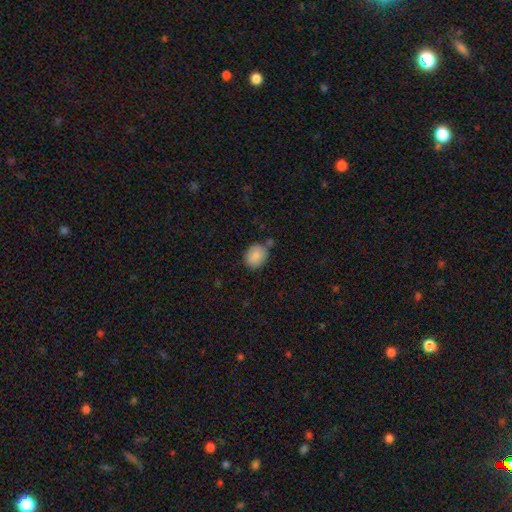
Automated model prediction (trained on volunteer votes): Overall: smooth (87%). How rounded: round (65%; in between 34%). Merging: none (75%).